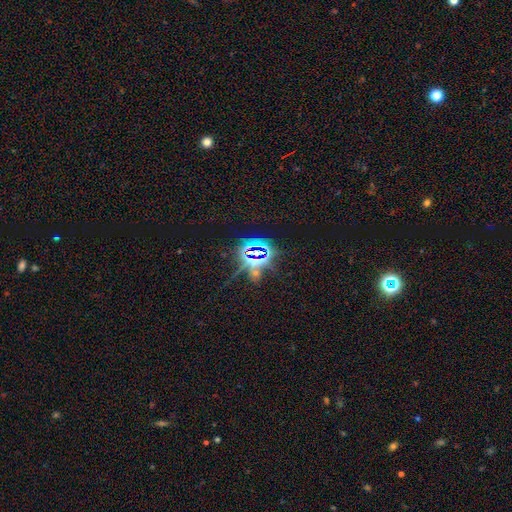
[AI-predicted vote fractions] This is likely a star or artifact rather than a galaxy (80%).